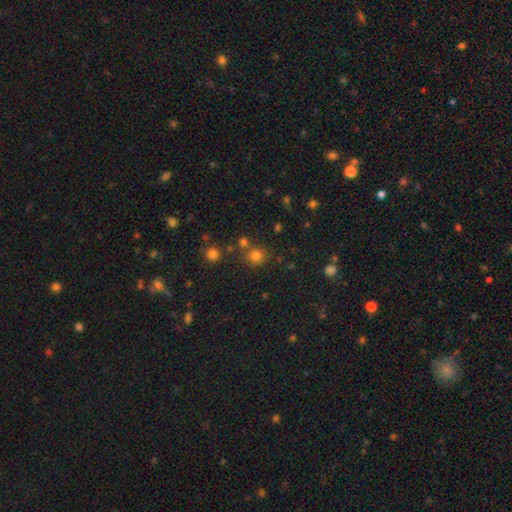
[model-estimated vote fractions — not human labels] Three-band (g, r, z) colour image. It shows a smooth galaxy with no disk features (76%) that is round (88%). Merging: none (74%).